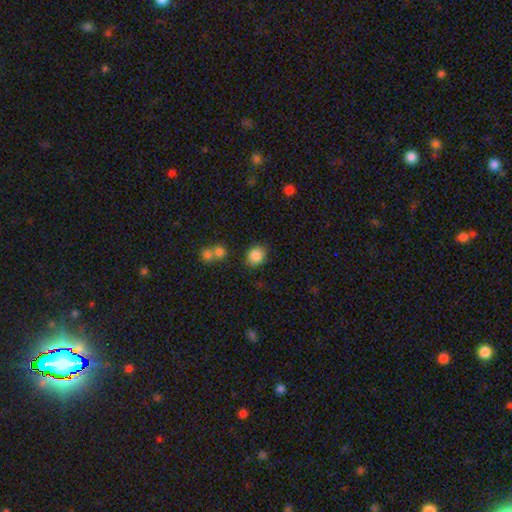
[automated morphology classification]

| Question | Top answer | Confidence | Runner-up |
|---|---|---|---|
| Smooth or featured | smooth | 85% | star or artifact (9%) |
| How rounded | round | 69% | in between (30%) |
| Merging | none | 78% | minor disturbance (13%) |